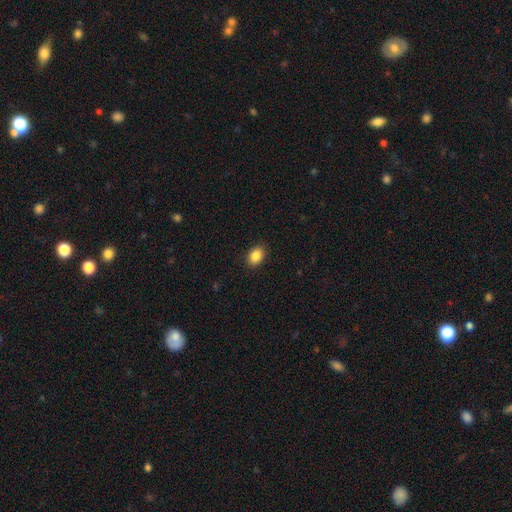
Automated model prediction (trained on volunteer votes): Morphology: type=smooth (87%); roundness=in between (77%); merging=none (90%).